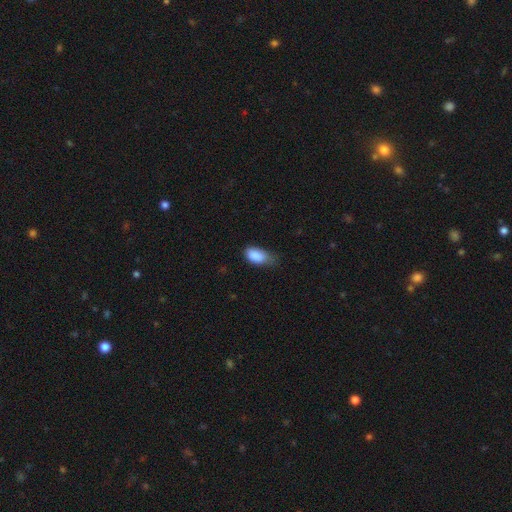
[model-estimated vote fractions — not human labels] This appears to be a smooth galaxy with no disk features (87%) that is in between round and cigar-shaped (92%). Merging: minor disturbance (44%).